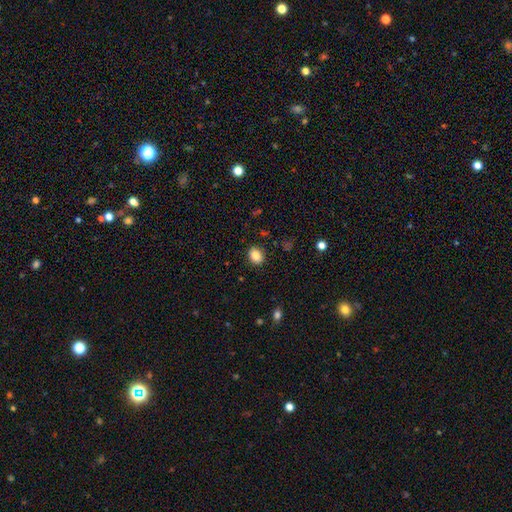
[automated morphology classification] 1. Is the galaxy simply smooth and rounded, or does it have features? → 86% smooth, 9% star or artifact, 5% featured or disk.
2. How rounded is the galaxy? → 57% in between, 42% round, 1% cigar-shaped.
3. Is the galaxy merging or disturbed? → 89% none, 8% minor disturbance, 2% major disturbance, 1% merger.